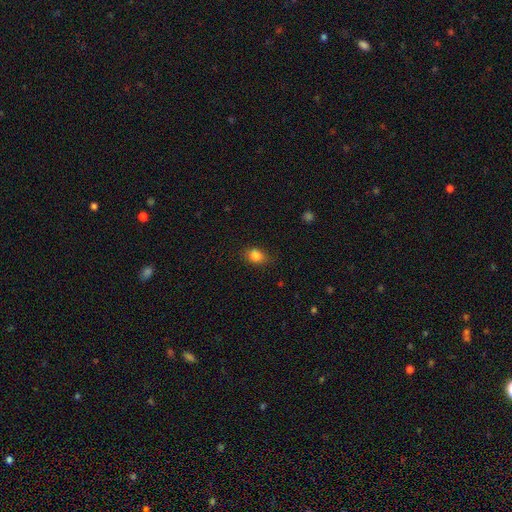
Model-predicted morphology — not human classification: The model was most divided on "how rounded": in between: 58%, round: 40%, cigar-shaped: 1%. More confident: smooth or featured — smooth (84%); merging — none (78%).